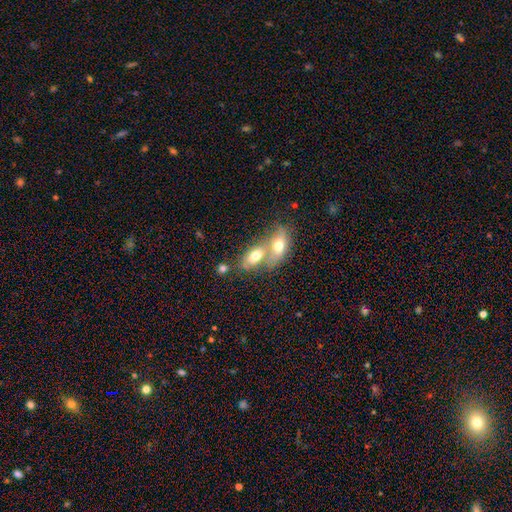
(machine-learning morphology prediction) This is likely a smooth galaxy (68%). How rounded: clearly in between (84%). Merging: likely merger (70%).